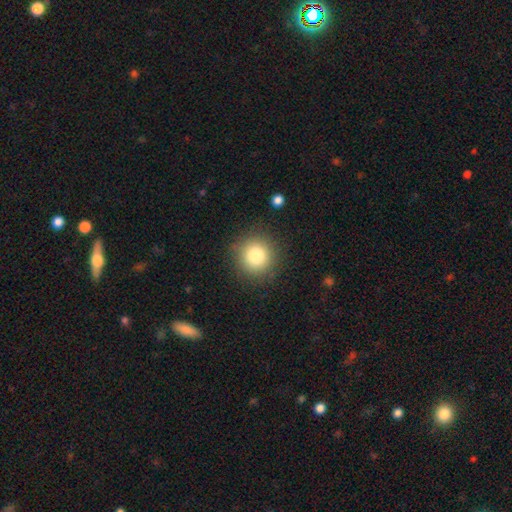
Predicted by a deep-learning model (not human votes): Overall: smooth (82%). How rounded: round (93%). Merging: none (88%).